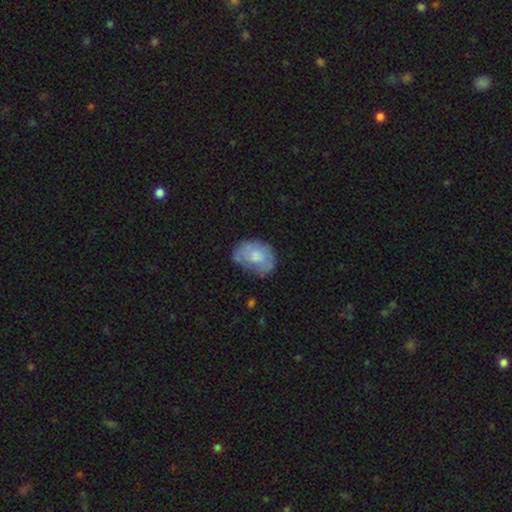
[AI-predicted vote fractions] smooth 62%, featured or disk 31%, star or artifact 7%. Down the decision tree: how rounded — in between (77%); merging — none (59%).